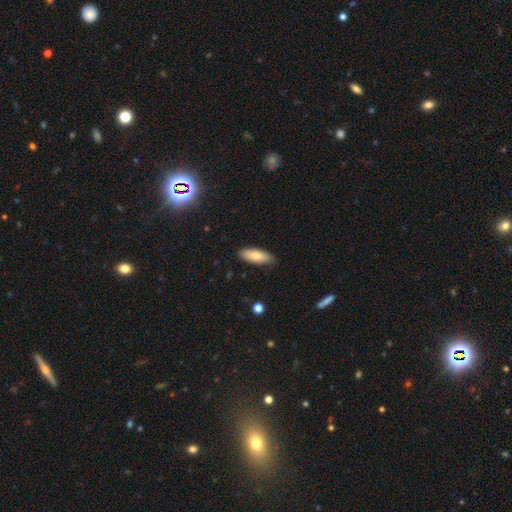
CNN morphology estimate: The model was most divided on "how rounded": in between: 74%, cigar-shaped: 25%, round: 2%. More confident: merging — none (84%); smooth or featured — smooth (82%).